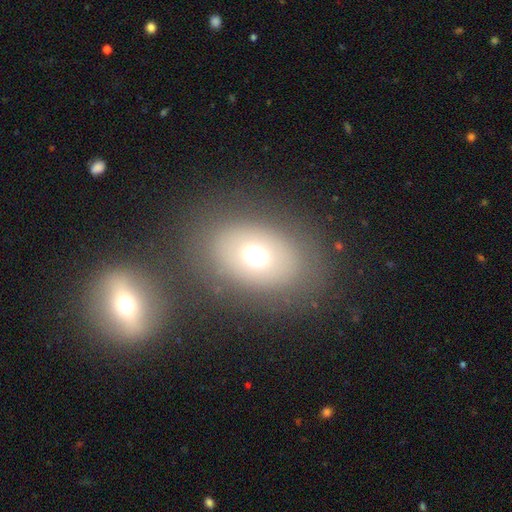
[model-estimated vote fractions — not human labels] Morphology: type=smooth (63%); roundness=in between (72%); merging=none (77%).